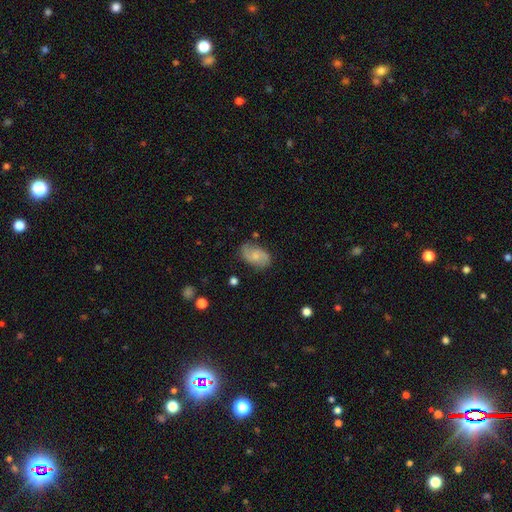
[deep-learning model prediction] Smooth or featured?
  - featured or disk: 50% *
  - smooth: 43%
  - star or artifact: 8%
Merging?
  - none: 76% *
  - minor disturbance: 17%
  - major disturbance: 5%
  - merger: 2%